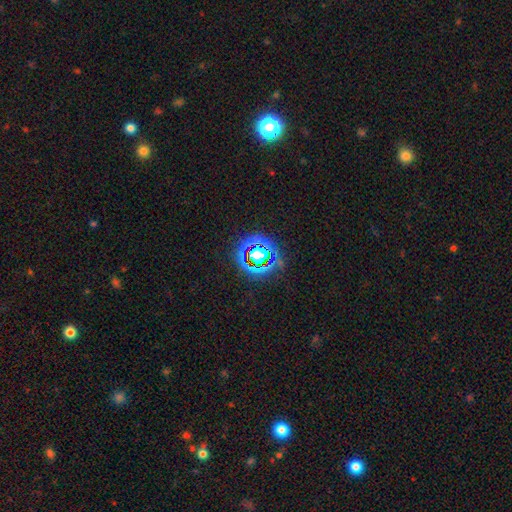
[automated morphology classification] This is likely a star or artifact rather than a galaxy (64%).